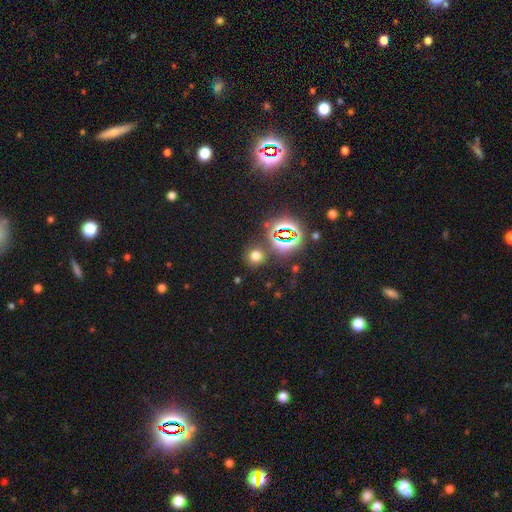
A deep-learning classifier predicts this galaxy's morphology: This appears to be a smooth galaxy with no disk features (64%) that is round (88%). Merging: none (83%).